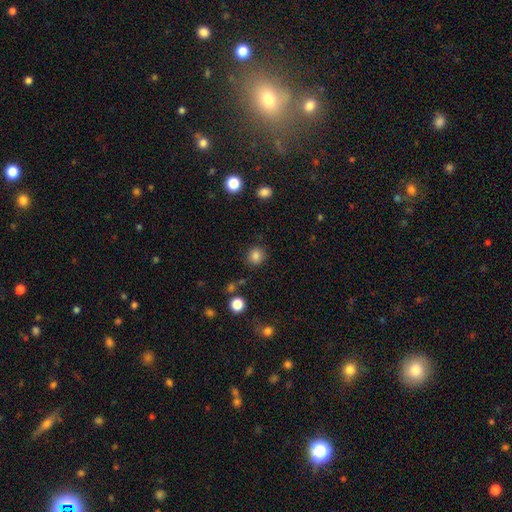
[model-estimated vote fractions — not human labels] smooth-or-featured: smooth: 84% | star or artifact: 12% | featured or disk: 4%
  how-rounded: round: 89% | in between: 10% | cigar-shaped: 1%
  merging: none: 86% | minor disturbance: 9% | major disturbance: 3% | merger: 2%